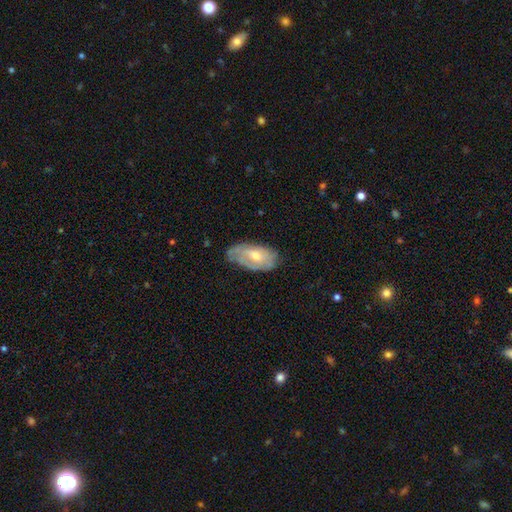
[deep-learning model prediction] Overall: featured or disk (57%; smooth 37%). Edge-on disk: no (90%). Bar: no (68%). Spiral arms: yes (65%; no 35%). Bulge size: moderate (61%; small 34%). Merging: none (56%; minor disturbance 33%).